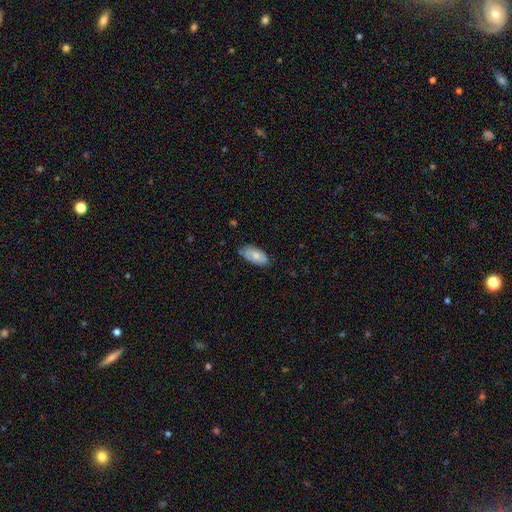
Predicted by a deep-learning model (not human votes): This appears to be a smooth galaxy with no disk features (68%) that is in between round and cigar-shaped (93%). Merging: none (73%).